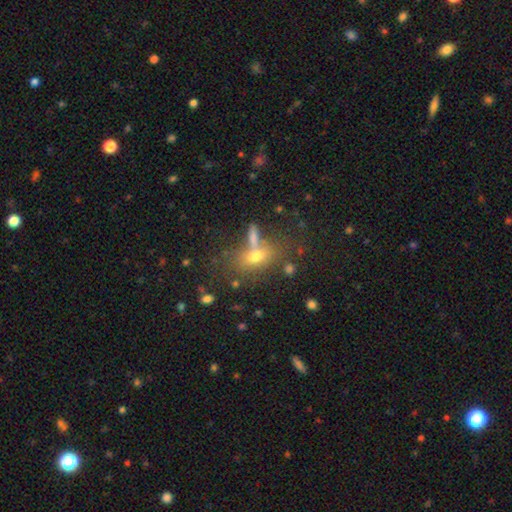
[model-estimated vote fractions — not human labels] A smooth galaxy with no disk features (65%) that is in between round and cigar-shaped (71%). Merging: none (55%).